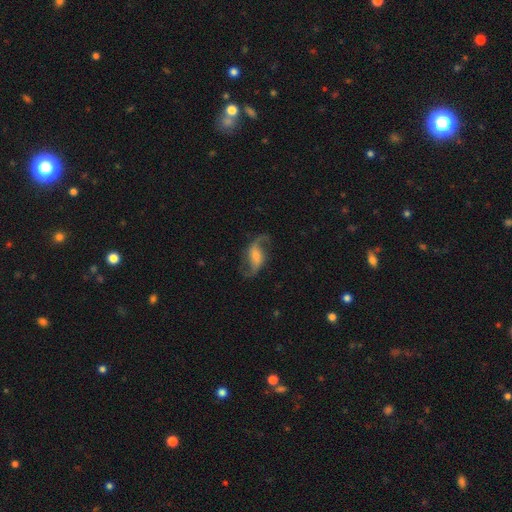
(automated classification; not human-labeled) featured or disk 86%, smooth 8%, star or artifact 6%. Down the decision tree: edge-on disk — no (96%); bar — weak (43%); spiral arms — yes (96%); spiral arm count — 2 (93%); spiral winding — loose (75%); bulge size — small (40%); merging — none (76%).